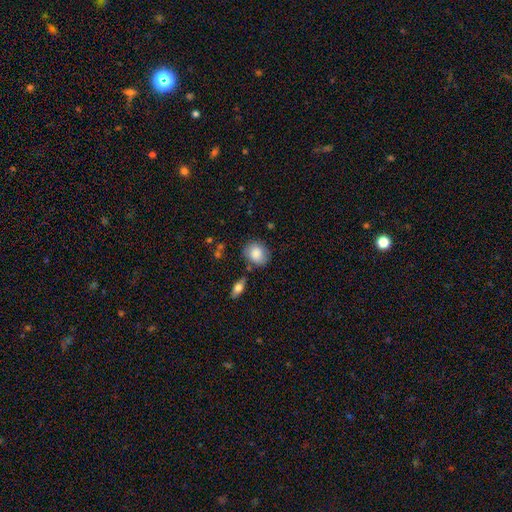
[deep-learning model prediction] smooth 82%, featured or disk 11%, star or artifact 7%. Down the decision tree: how rounded — round (61%); merging — none (73%).